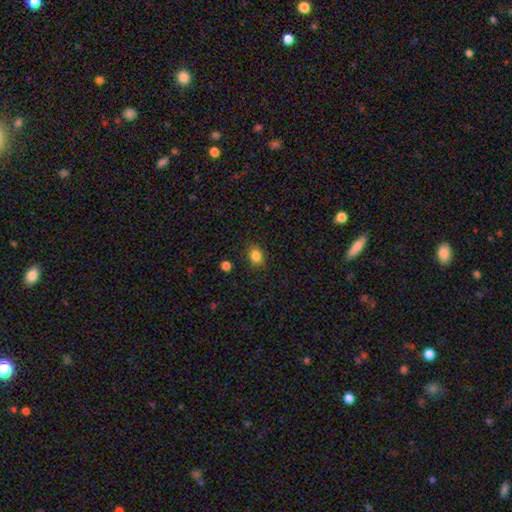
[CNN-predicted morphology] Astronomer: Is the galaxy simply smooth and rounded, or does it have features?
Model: smooth — 84%.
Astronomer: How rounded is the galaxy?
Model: in between — 50% (runner-up: round, 49%).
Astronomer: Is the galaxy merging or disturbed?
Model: none — 86%.